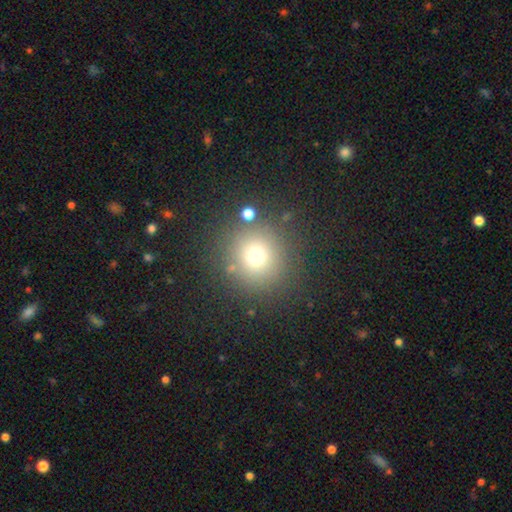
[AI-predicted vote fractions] A smooth galaxy with no disk features (69%) that is round (94%).

Vote fractions:
- Smooth or featured? smooth: 69% / star or artifact: 20% / featured or disk: 11%
- How rounded? round: 94% / in between: 6% / cigar-shaped: 1%
- Merging? none: 83% / minor disturbance: 8% / major disturbance: 5% / merger: 4%